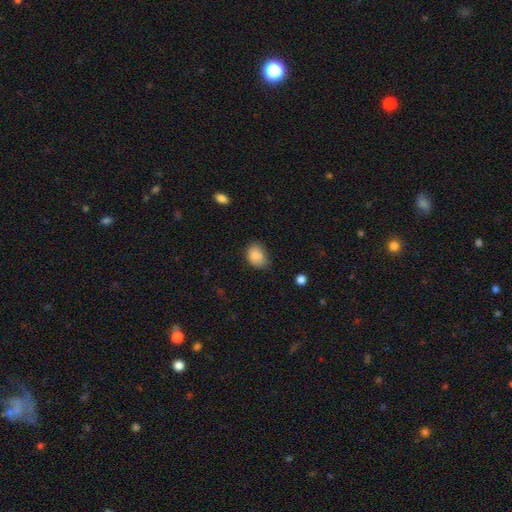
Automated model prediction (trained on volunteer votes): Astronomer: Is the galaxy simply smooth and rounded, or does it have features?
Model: smooth — 87%.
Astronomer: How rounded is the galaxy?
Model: in between — 67%.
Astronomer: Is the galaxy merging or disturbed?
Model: none — 65%.